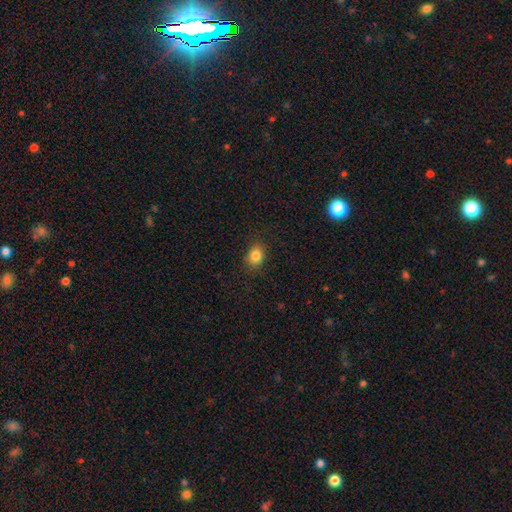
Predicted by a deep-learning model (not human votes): Overall: smooth (84%). How rounded: in between (55%; round 44%). Merging: none (86%).